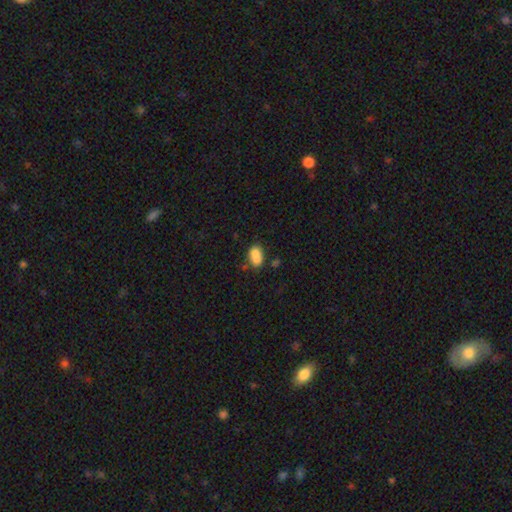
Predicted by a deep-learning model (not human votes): smooth 82%, featured or disk 9%, star or artifact 9%. Down the decision tree: how rounded — in between (86%); merging — none (51%).